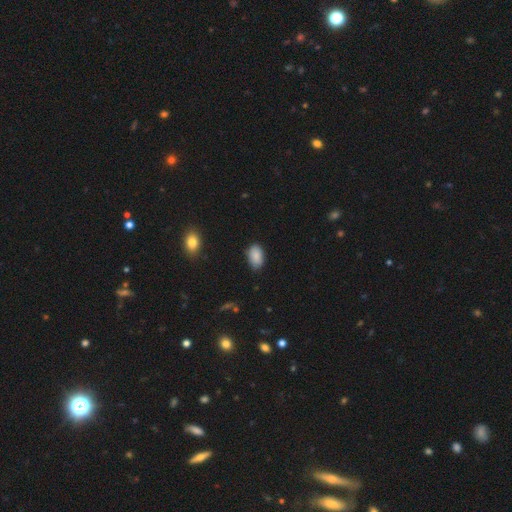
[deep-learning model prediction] This appears to be a smooth galaxy with no disk features (88%) that is in between round and cigar-shaped (92%). Merging: none (80%).